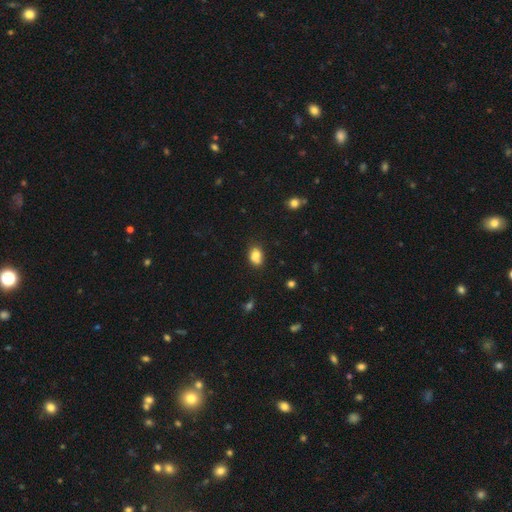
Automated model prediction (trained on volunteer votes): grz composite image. It shows a smooth galaxy with no disk features (76%) that is in between round and cigar-shaped (63%). Merging: none (44%).